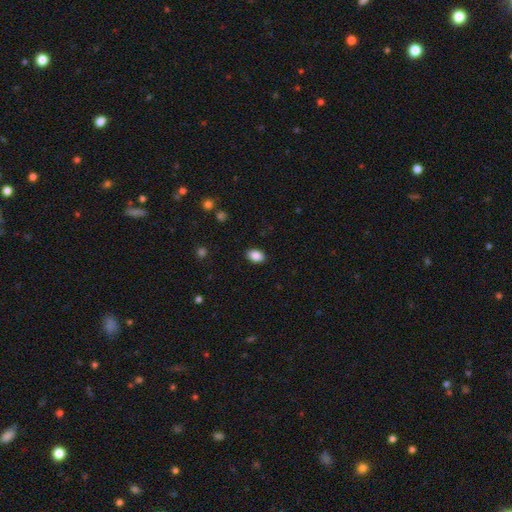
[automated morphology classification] Smooth or featured? smooth (88%)
How rounded? in between (83%)
Merging? none (89%)